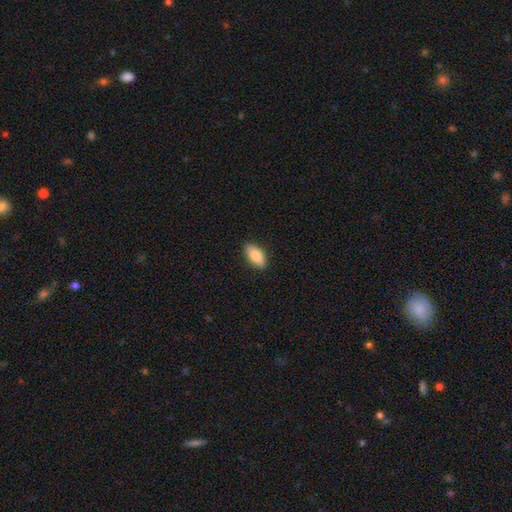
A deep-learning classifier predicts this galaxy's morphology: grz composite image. It shows a smooth galaxy with no disk features (82%) that is in between round and cigar-shaped (89%). Merging: none (88%).